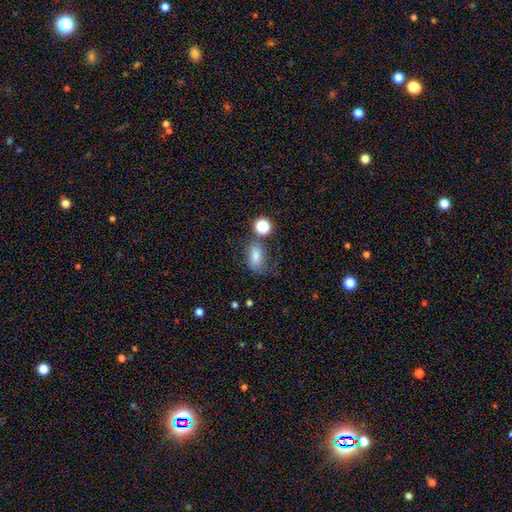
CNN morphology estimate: A smooth galaxy with no disk features (72%) that is in between round and cigar-shaped (82%). Merging: none (51%).